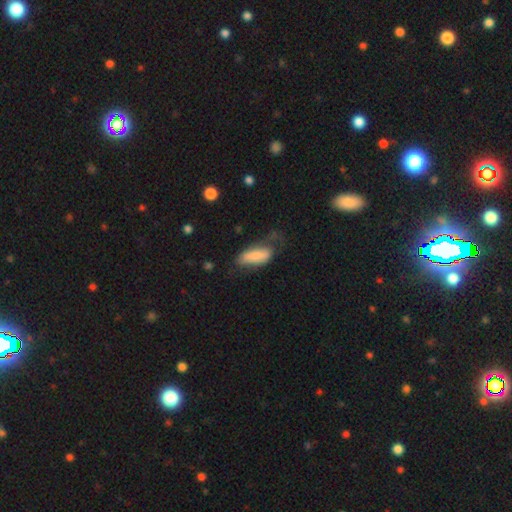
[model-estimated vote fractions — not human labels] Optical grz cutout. It shows a smooth galaxy with no disk features (72%) that is in between round and cigar-shaped (75%). Merging: none (35%).